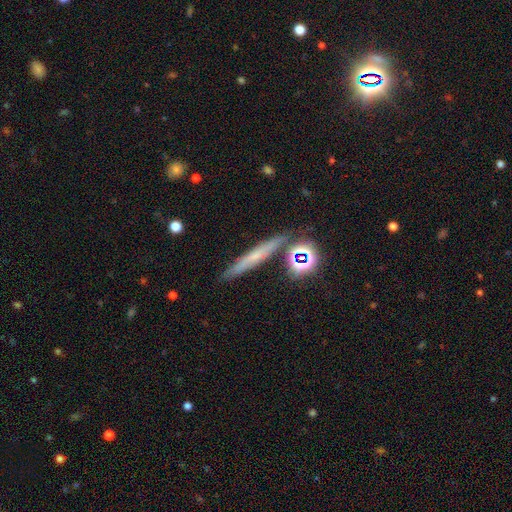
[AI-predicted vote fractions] A smooth galaxy with no disk features (43%).

Vote fractions:
- Smooth or featured? smooth: 43% / featured or disk: 39% / star or artifact: 19%
- Merging? none: 81% / minor disturbance: 10% / merger: 6% / major disturbance: 3%